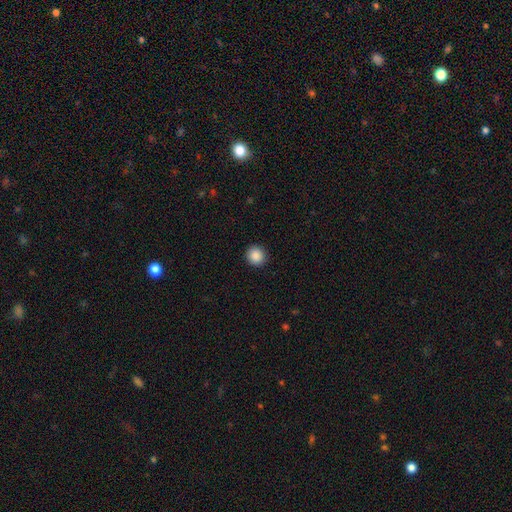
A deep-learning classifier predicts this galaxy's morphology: Smooth or featured: smooth — 88% (star or artifact — 9%)
How rounded: round — 92% (in between — 7%)
Merging: none — 92% (minor disturbance — 5%)